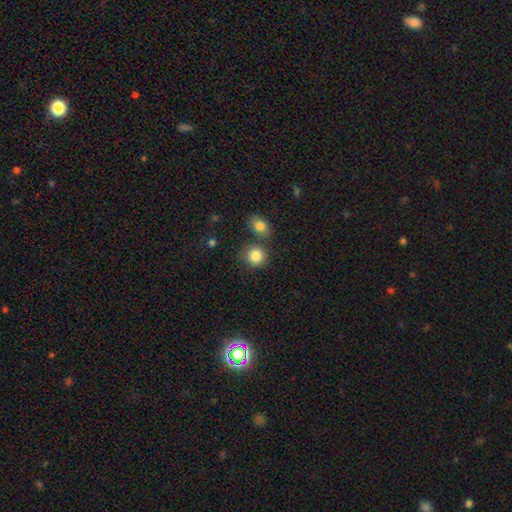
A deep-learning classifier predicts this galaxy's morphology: A smooth galaxy with no disk features (85%) that is round (83%).

Vote fractions:
- Smooth or featured? smooth: 85% / star or artifact: 9% / featured or disk: 6%
- How rounded? round: 83% / in between: 16% / cigar-shaped: 1%
- Merging? none: 69% / merger: 16% / minor disturbance: 11% / major disturbance: 4%